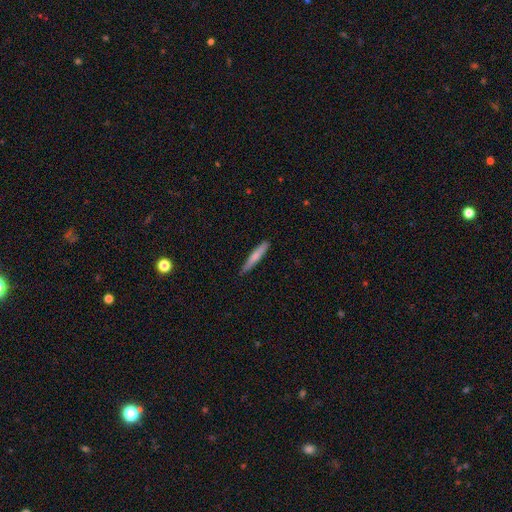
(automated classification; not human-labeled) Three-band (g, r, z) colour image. It shows a smooth galaxy with no disk features (68%) that is cigar-shaped (93%). Merging: none (87%).